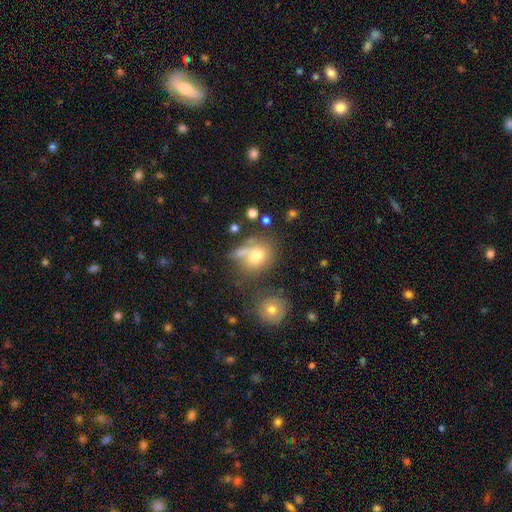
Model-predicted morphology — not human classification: This is likely a smooth galaxy (72%). How rounded: possibly round (60%). Merging: possibly none (47%).